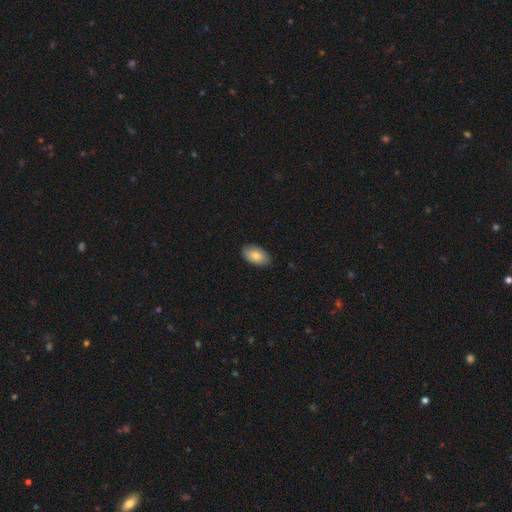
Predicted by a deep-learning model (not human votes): Smooth or featured? Predicted: smooth (p=0.82). How rounded? Predicted: in between (p=0.94). Merging? Predicted: none (p=0.86).